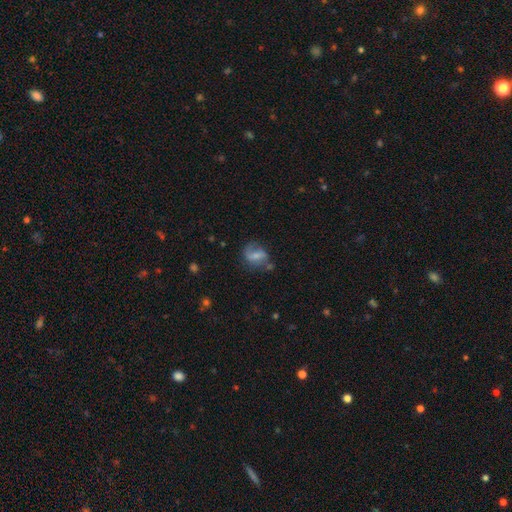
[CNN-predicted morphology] Smooth or featured? featured or disk (51%)
Edge-on disk? no (96%)
Merging? none (51%)